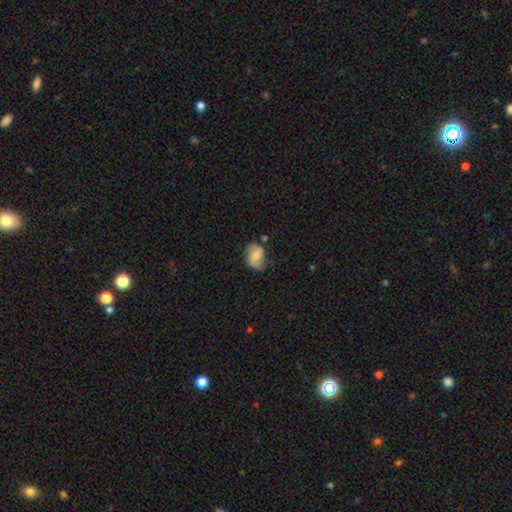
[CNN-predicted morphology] type=smooth (52%); roundness=in between (71%); merging=none (60%).